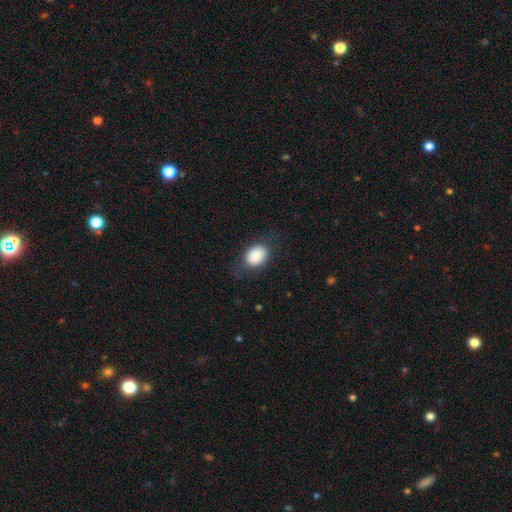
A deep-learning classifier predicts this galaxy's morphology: Smooth or featured? Predicted: smooth (p=0.88). How rounded? Predicted: in between (p=0.73). Merging? Predicted: none (p=0.73).